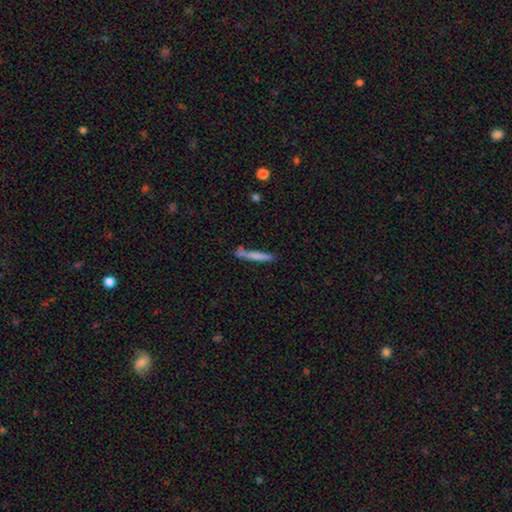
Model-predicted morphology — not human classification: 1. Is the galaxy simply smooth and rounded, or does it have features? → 69% smooth, 24% featured or disk, 6% star or artifact.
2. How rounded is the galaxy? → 95% cigar-shaped, 4% in between, 1% round.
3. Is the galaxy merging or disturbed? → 73% none, 14% minor disturbance, 8% merger, 4% major disturbance.